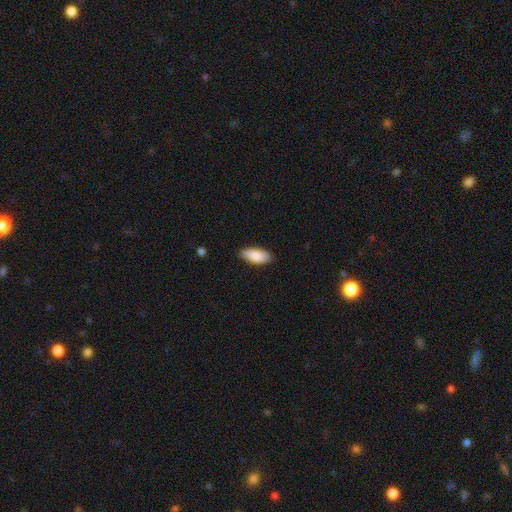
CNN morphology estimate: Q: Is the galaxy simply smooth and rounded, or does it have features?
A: smooth — 86%.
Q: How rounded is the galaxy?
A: in between — 86%.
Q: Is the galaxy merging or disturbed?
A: none — 86%.